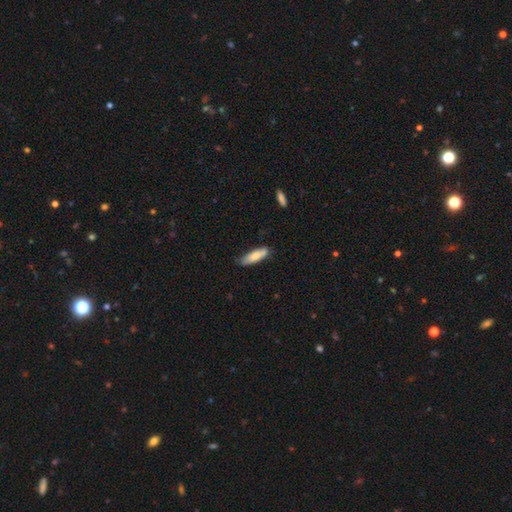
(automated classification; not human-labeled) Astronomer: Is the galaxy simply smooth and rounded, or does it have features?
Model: smooth — 73%.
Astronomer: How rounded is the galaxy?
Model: cigar-shaped — 58% (runner-up: in between, 40%).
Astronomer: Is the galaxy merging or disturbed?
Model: none — 72%.